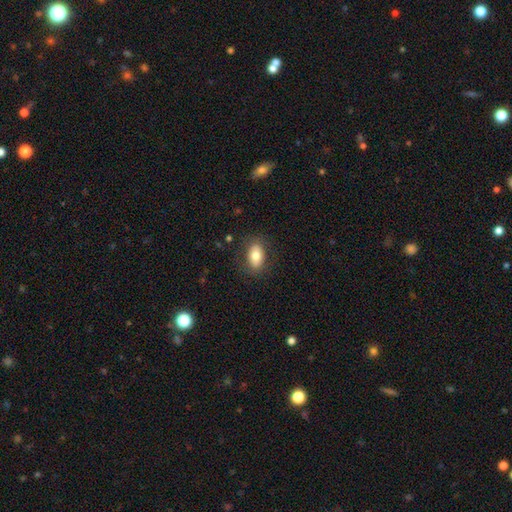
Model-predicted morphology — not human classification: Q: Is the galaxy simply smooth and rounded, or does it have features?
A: smooth — 77%.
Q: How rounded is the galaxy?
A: in between — 88%.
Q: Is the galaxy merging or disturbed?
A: none — 82%.